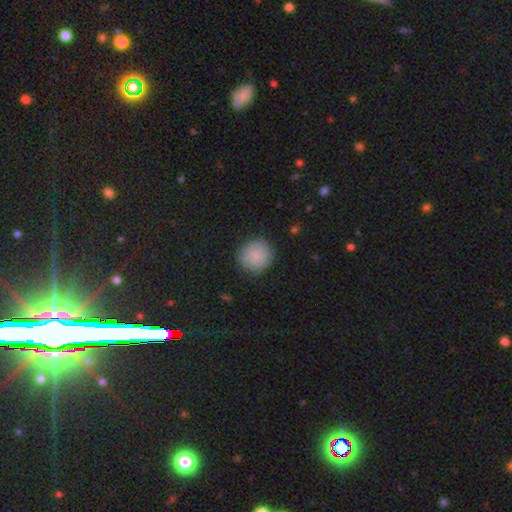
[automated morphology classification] Smooth or featured?
  - smooth: 83% *
  - featured or disk: 9%
  - star or artifact: 8%
How rounded?
  - round: 91% *
  - in between: 8%
  - cigar-shaped: 1%
Merging?
  - none: 84% *
  - minor disturbance: 12%
  - major disturbance: 3%
  - merger: 1%